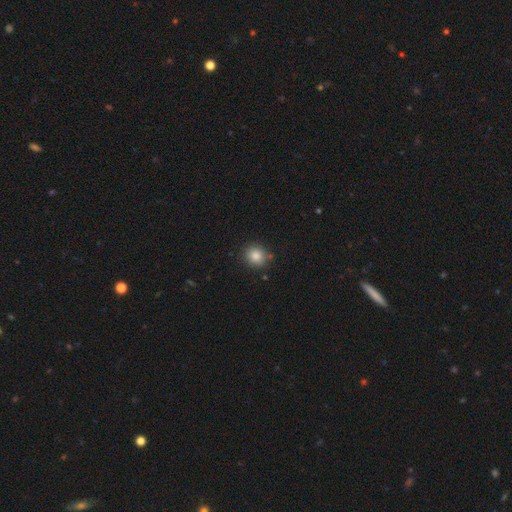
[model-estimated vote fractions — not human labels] smooth_or_featured: smooth (p=0.84) [alt: star or artifact p=0.10]
how_rounded: round (p=0.84) [alt: in between p=0.15]
merging: none (p=0.86) [alt: minor disturbance p=0.09]